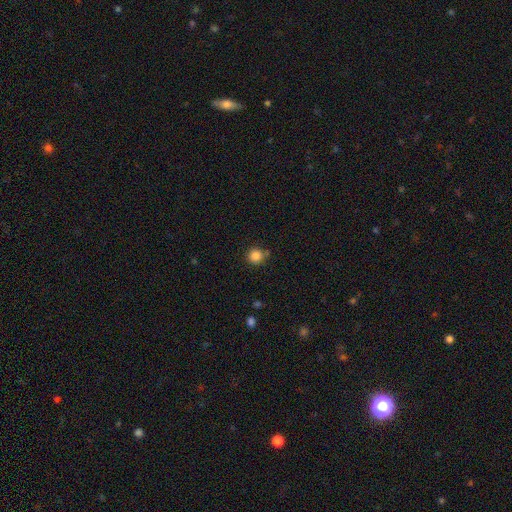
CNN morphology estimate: Smooth or featured? Predicted: smooth (p=0.85). How rounded? Predicted: round (p=0.92). Merging? Predicted: none (p=0.77).